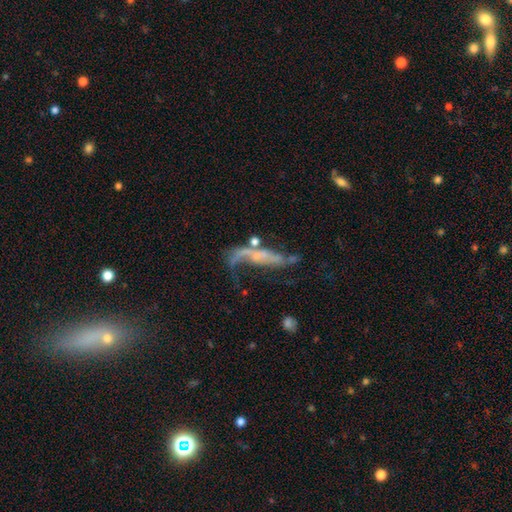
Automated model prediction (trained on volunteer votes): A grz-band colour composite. It shows a featured or disk galaxy (60%). Merging: major disturbance (35%).